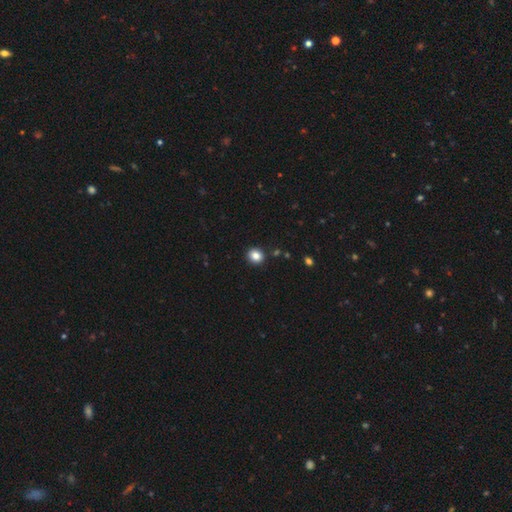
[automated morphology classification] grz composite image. It shows a smooth galaxy with no disk features (85%) that is round (81%). Merging: none (91%).